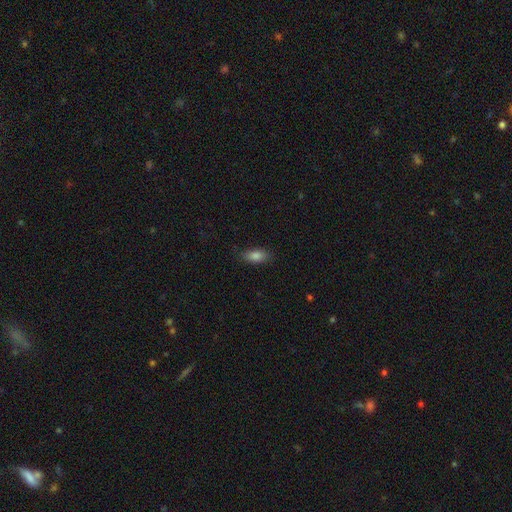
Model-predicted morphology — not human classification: Smooth or featured?
  - smooth: 82% *
  - featured or disk: 9%
  - star or artifact: 9%
How rounded?
  - in between: 83% *
  - cigar-shaped: 14%
  - round: 3%
Merging?
  - none: 84% *
  - minor disturbance: 12%
  - major disturbance: 3%
  - merger: 1%